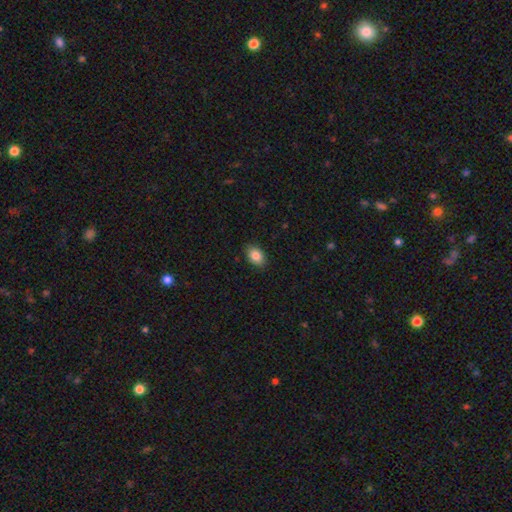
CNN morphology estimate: Smooth or featured? Predicted: smooth (p=0.86). How rounded? Predicted: in between (p=0.82). Merging? Predicted: none (p=0.88).